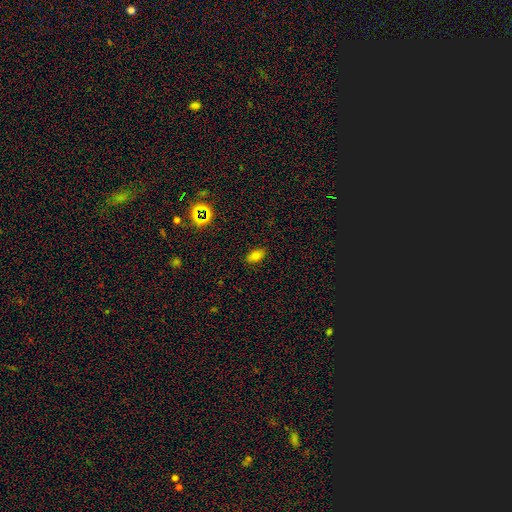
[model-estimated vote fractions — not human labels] smooth-or-featured: smooth: 76% | star or artifact: 13% | featured or disk: 11%
  how-rounded: in between: 90% | round: 7% | cigar-shaped: 3%
  merging: none: 87% | minor disturbance: 10% | major disturbance: 2% | merger: 1%